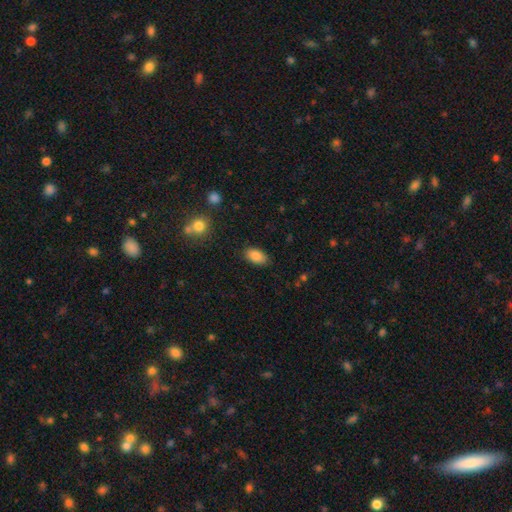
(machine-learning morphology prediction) This appears to be a smooth galaxy with no disk features (86%) that is in between round and cigar-shaped (93%). Merging: none (85%).